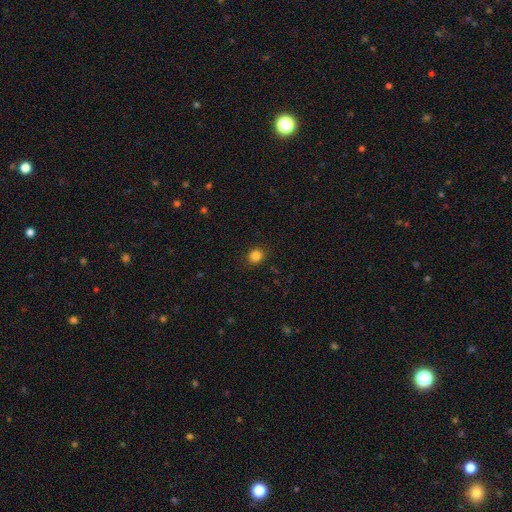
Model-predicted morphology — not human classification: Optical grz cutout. It shows a smooth galaxy with no disk features (84%) that is round (79%). Merging: none (90%).